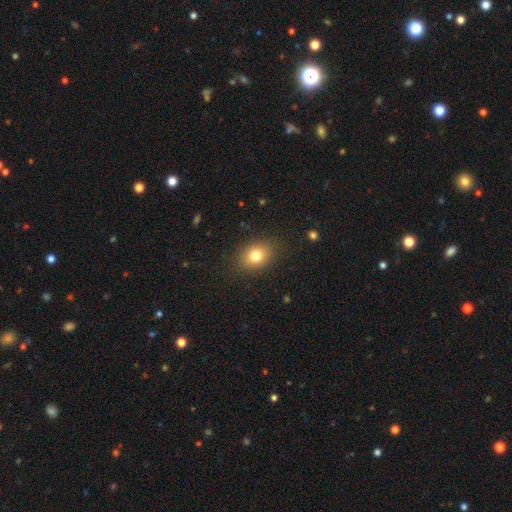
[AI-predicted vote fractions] smooth-or-featured: smooth: 78% | star or artifact: 11% | featured or disk: 10%
  how-rounded: in between: 60% | round: 38% | cigar-shaped: 1%
  merging: none: 86% | minor disturbance: 9% | major disturbance: 3% | merger: 1%